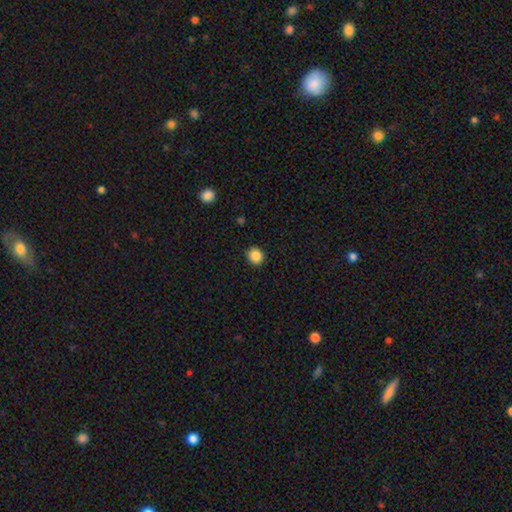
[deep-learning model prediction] Overall: smooth (87%). How rounded: round (77%). Merging: none (90%).